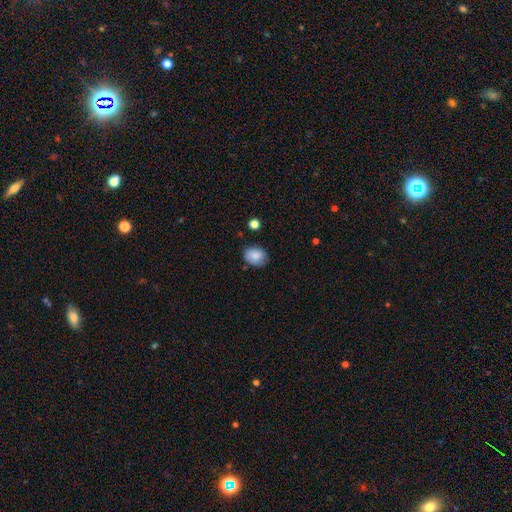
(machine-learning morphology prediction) Smooth or featured? Predicted: smooth (p=0.83). How rounded? Predicted: in between (p=0.64). Merging? Predicted: none (p=0.73).